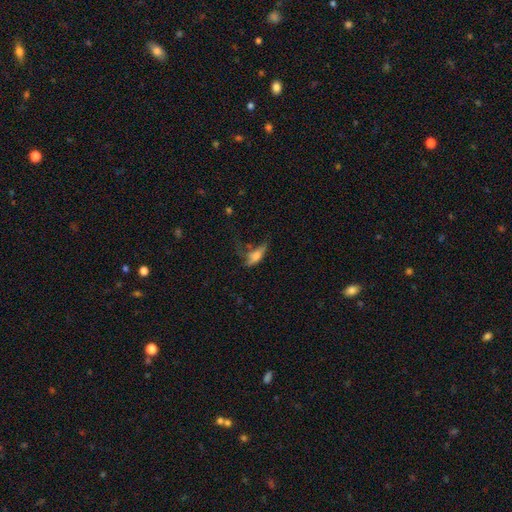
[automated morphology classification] Smooth or featured?
  - smooth: 61% *
  - featured or disk: 28%
  - star or artifact: 11%
How rounded?
  - in between: 60% *
  - cigar-shaped: 36%
  - round: 4%
Merging?
  - none: 34% *
  - major disturbance: 32%
  - minor disturbance: 26%
  - merger: 9%